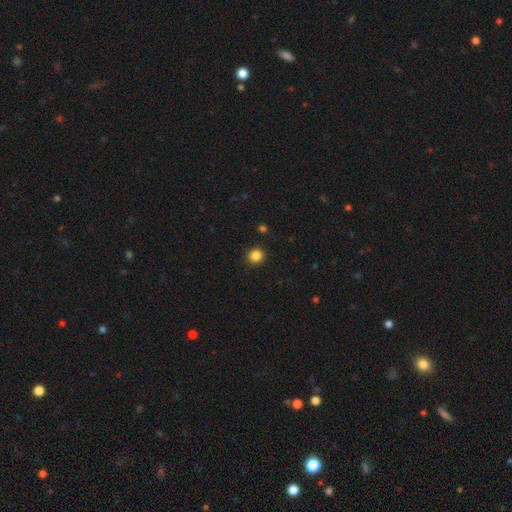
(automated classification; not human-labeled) Morphology: type=smooth (85%); roundness=round (90%); merging=none (92%).